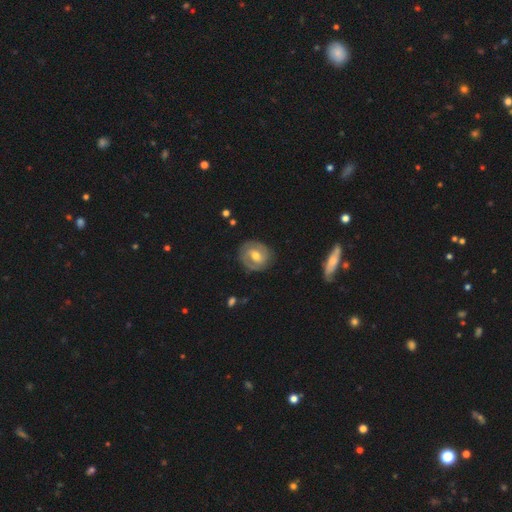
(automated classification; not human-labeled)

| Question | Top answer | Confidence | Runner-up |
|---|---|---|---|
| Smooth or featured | featured or disk | 70% | smooth (24%) |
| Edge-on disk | no | 96% | yes (4%) |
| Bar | weak | 51% | no (28%) |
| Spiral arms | yes | 83% | no (17%) |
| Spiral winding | tight | 57% | medium (33%) |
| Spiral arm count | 2 | 73% | can't tell (16%) |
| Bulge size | moderate | 73% | small (18%) |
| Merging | none | 81% | minor disturbance (13%) |